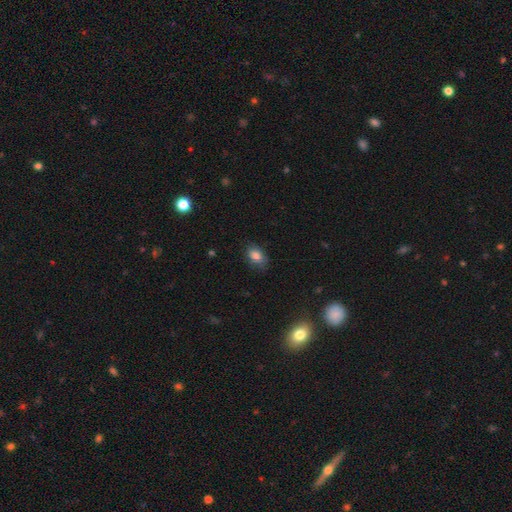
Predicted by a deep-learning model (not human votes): This is clearly a smooth galaxy (83%). How rounded: clearly in between (87%). Merging: likely none (78%).